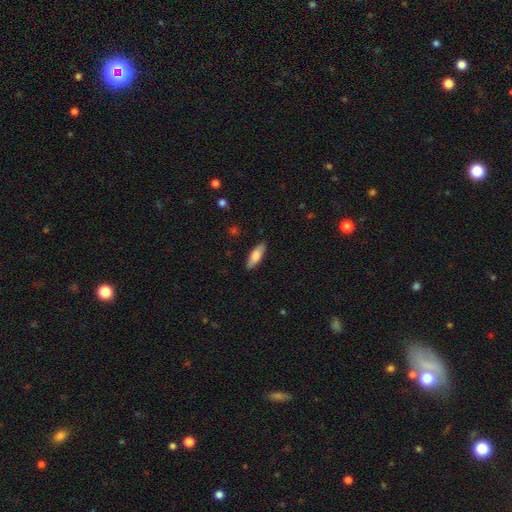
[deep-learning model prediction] This is likely a smooth galaxy (79%). How rounded: possibly in between (58%). Merging: clearly none (87%).